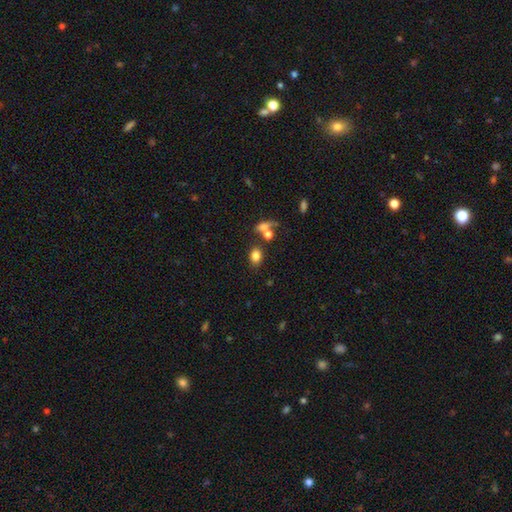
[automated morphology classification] Smooth or featured?
  - smooth: 80% *
  - star or artifact: 11%
  - featured or disk: 8%
How rounded?
  - in between: 66% *
  - round: 32%
  - cigar-shaped: 2%
Merging?
  - none: 67% *
  - merger: 16%
  - minor disturbance: 11%
  - major disturbance: 5%